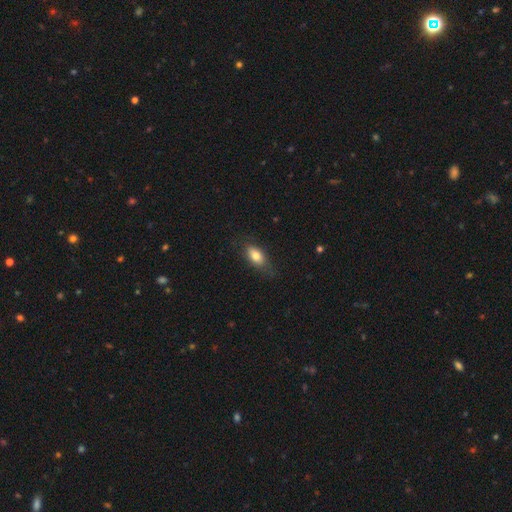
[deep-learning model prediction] Smooth or featured? smooth (78%)
How rounded? in between (85%)
Merging? none (73%)